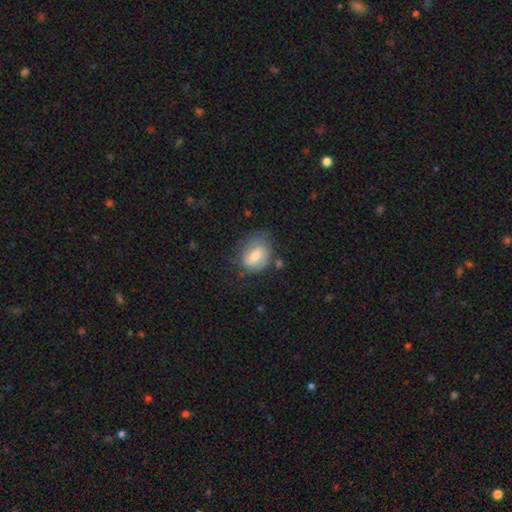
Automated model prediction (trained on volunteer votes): Smooth or featured?
  - smooth: 64% *
  - featured or disk: 28%
  - star or artifact: 8%
How rounded?
  - in between: 64% *
  - round: 34%
  - cigar-shaped: 1%
Merging?
  - none: 56% *
  - minor disturbance: 29%
  - major disturbance: 12%
  - merger: 4%